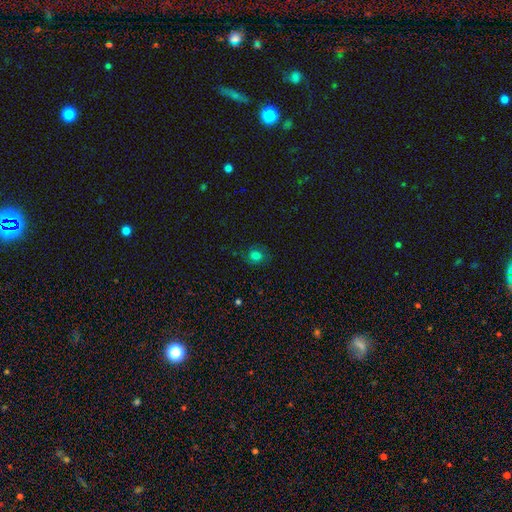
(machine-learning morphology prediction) Overall: smooth (63%). How rounded: round (71%). Merging: none (75%).